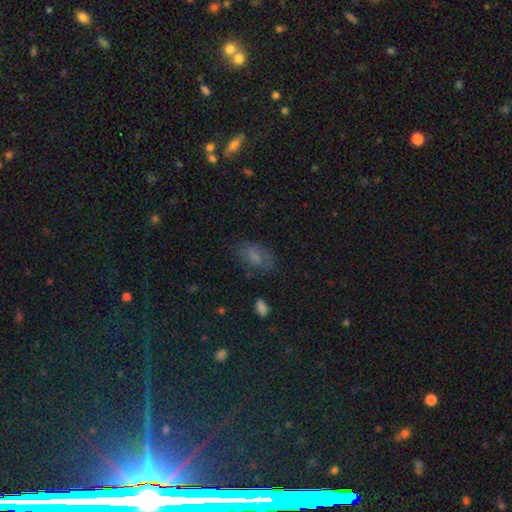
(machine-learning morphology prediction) Smooth or featured: smooth — 62% (star or artifact — 21%)
How rounded: in between — 88% (round — 8%)
Merging: none — 66% (minor disturbance — 21%)